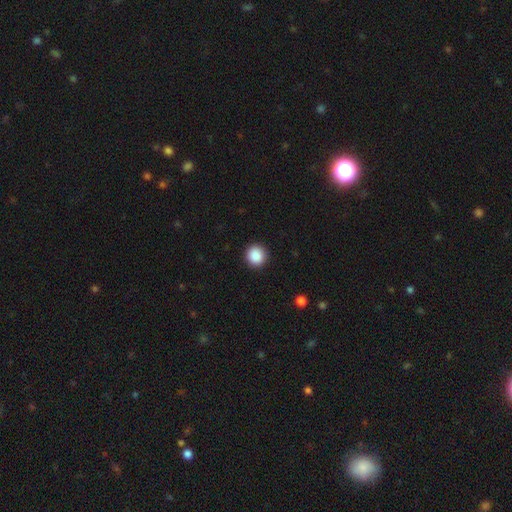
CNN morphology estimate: A smooth galaxy with no disk features (88%) that is round (94%). Merging: none (92%).